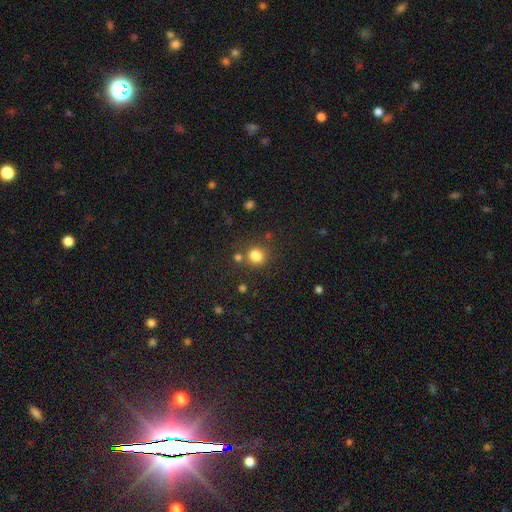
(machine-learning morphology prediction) A smooth galaxy with no disk features (81%) that is round (77%). Merging: none (71%).